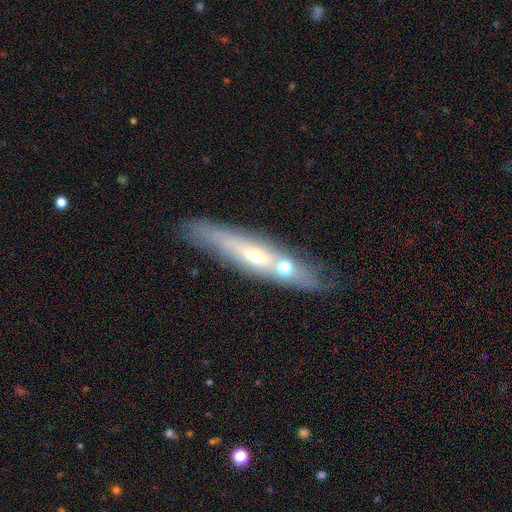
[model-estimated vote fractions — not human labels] Smooth or featured? Predicted: featured or disk (p=0.63). Edge-on disk? Predicted: yes (p=0.61). Merging? Predicted: none (p=0.65).